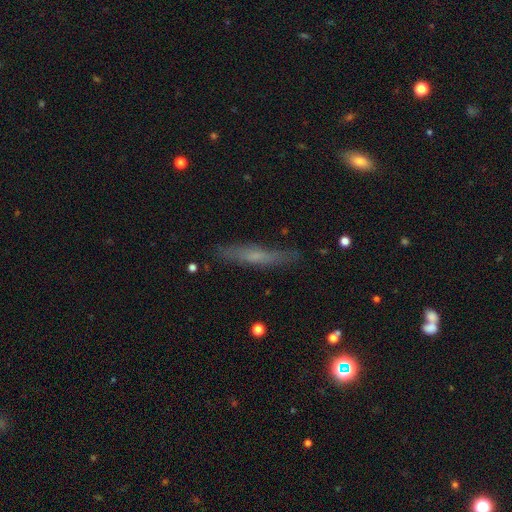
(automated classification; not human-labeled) A smooth galaxy with no disk features (47%). Merging: none (82%).